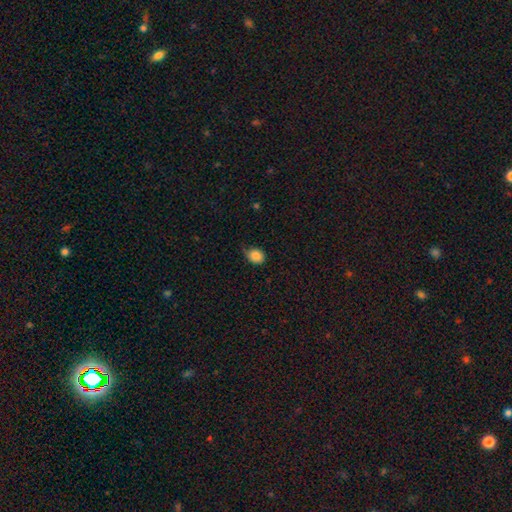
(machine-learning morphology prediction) smooth 86%, star or artifact 9%, featured or disk 6%. Down the decision tree: how rounded — round (52%); merging — none (61%).